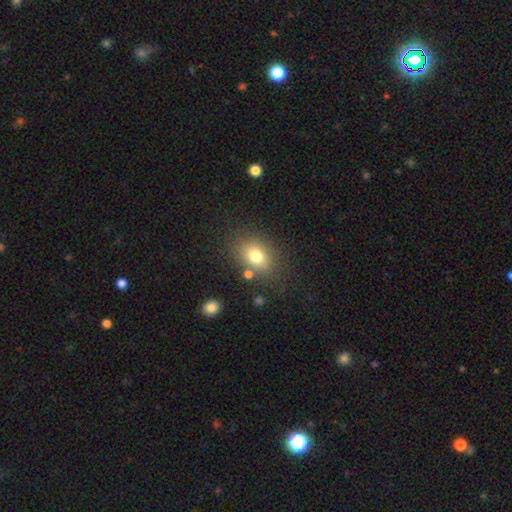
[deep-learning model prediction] Smooth or featured: smooth — 77% (featured or disk — 12%)
How rounded: in between — 66% (round — 33%)
Merging: none — 75% (minor disturbance — 13%)